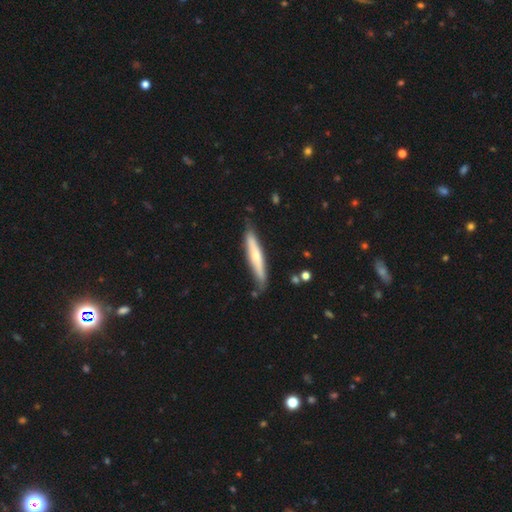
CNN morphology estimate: Smooth or featured? Predicted: smooth (p=0.48). Merging? Predicted: none (p=0.79).